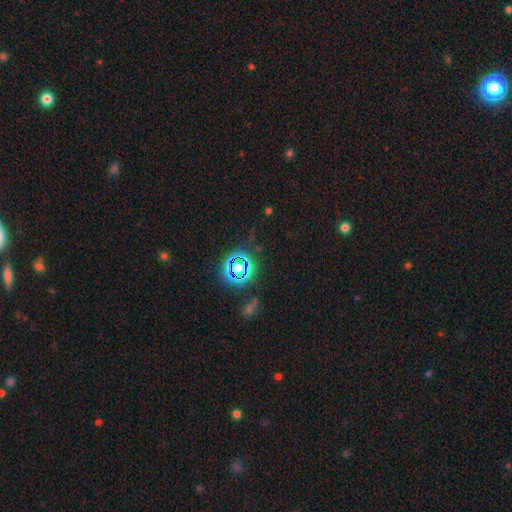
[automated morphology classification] Smooth or featured? star or artifact (53%)